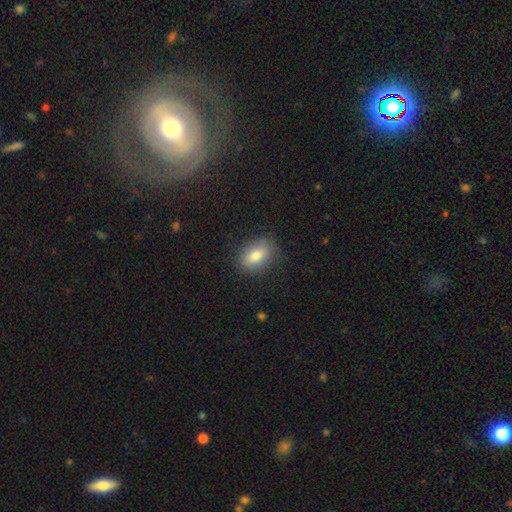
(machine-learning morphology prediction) Smooth or featured? smooth (81%)
How rounded? in between (85%)
Merging? none (83%)